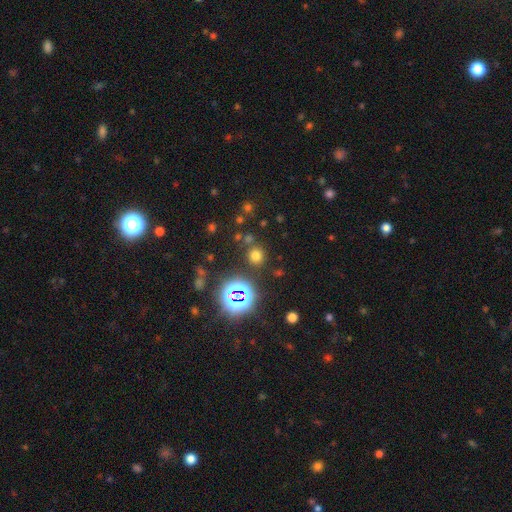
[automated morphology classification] A smooth galaxy with no disk features (65%) that is round (91%).

Vote fractions:
- Smooth or featured? smooth: 65% / star or artifact: 28% / featured or disk: 6%
- How rounded? round: 91% / in between: 8% / cigar-shaped: 1%
- Merging? none: 83% / minor disturbance: 8% / merger: 6% / major disturbance: 4%